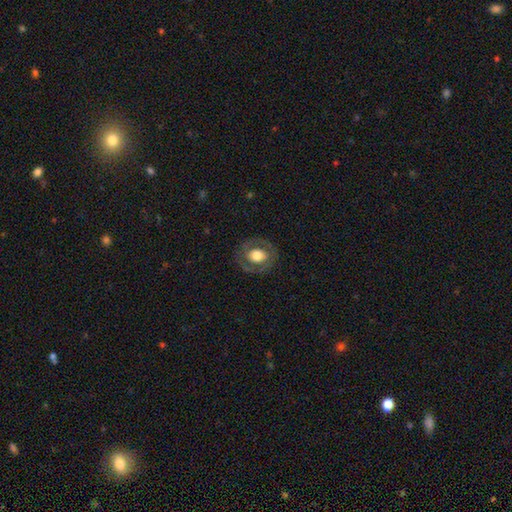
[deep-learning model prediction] Smooth or featured?
  - smooth: 51% *
  - featured or disk: 42%
  - star or artifact: 7%
How rounded?
  - round: 63% *
  - in between: 36%
  - cigar-shaped: 1%
Merging?
  - none: 80% *
  - minor disturbance: 12%
  - major disturbance: 7%
  - merger: 1%